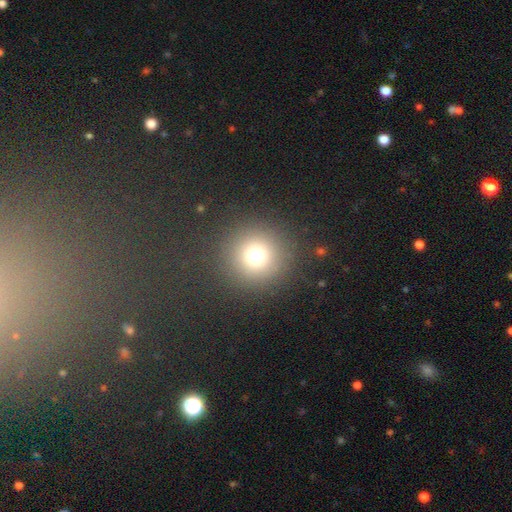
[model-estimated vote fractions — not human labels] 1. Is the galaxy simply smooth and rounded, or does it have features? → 72% smooth, 19% star or artifact, 9% featured or disk.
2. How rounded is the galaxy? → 95% round, 4% in between, 1% cigar-shaped.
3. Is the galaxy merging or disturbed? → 87% none, 6% minor disturbance, 5% major disturbance, 2% merger.